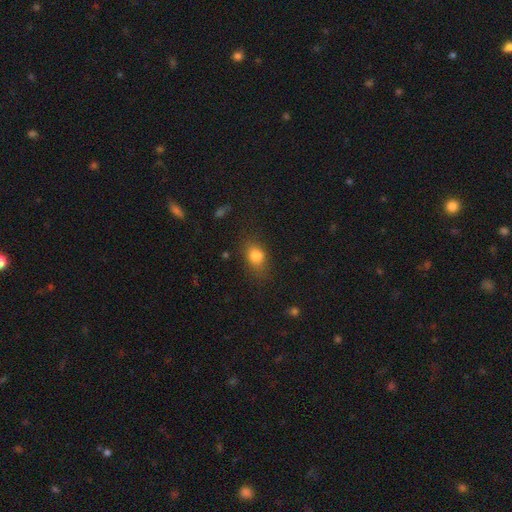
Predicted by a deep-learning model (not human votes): smooth_or_featured: smooth (p=0.79) [alt: star or artifact p=0.11]
how_rounded: in between (p=0.71) [alt: round p=0.27]
merging: none (p=0.61) [alt: minor disturbance p=0.24]